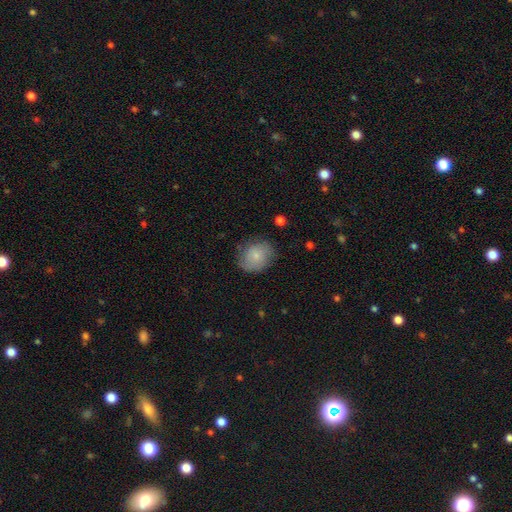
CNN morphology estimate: smooth 72%, featured or disk 21%, star or artifact 7%. Down the decision tree: how rounded — round (57%); merging — none (71%).